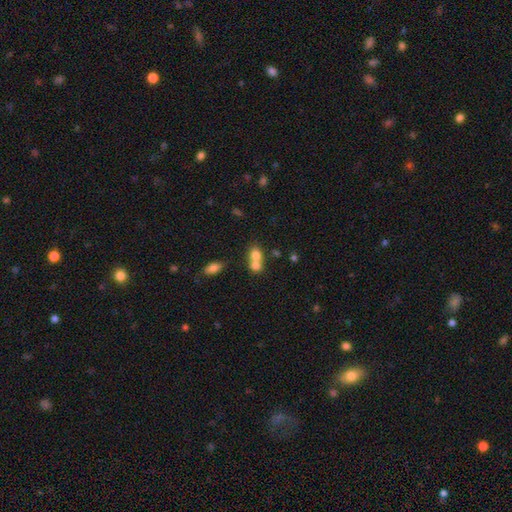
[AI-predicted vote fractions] Smooth or featured: smooth — 75% (featured or disk — 13%)
How rounded: round — 58% (in between — 40%)
Merging: merger — 64% (none — 27%)